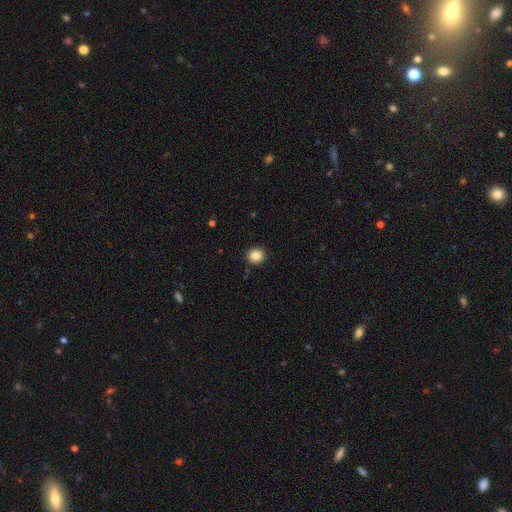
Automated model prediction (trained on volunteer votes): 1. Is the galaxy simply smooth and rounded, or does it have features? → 86% smooth, 10% star or artifact, 4% featured or disk.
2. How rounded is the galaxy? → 91% round, 8% in between, 1% cigar-shaped.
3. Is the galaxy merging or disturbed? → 91% none, 6% minor disturbance, 2% major disturbance, 1% merger.